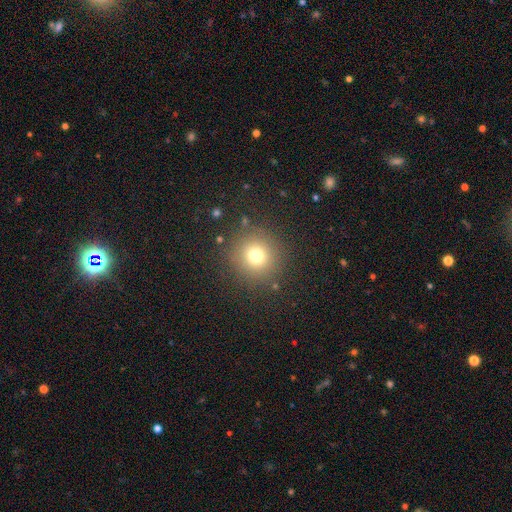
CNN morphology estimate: smooth_or_featured: smooth (p=0.73) [alt: star or artifact p=0.17]
how_rounded: round (p=0.94) [alt: in between p=0.05]
merging: none (p=0.87) [alt: minor disturbance p=0.07]